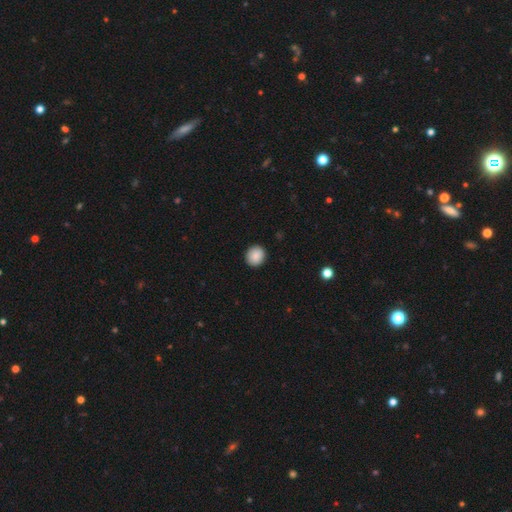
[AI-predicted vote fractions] Smooth or featured?
  - smooth: 89% *
  - star or artifact: 8%
  - featured or disk: 3%
How rounded?
  - round: 89% *
  - in between: 10%
  - cigar-shaped: 1%
Merging?
  - none: 92% *
  - minor disturbance: 5%
  - major disturbance: 2%
  - merger: 1%